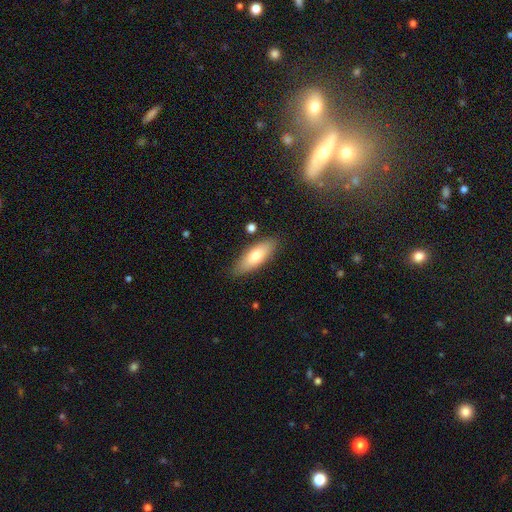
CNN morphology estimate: Q: Smooth or featured?
A: smooth (73%); runner-up: featured or disk (21%)
Q: How rounded?
A: in between (65%); runner-up: cigar-shaped (33%)
Q: Merging?
A: none (84%); runner-up: minor disturbance (11%)